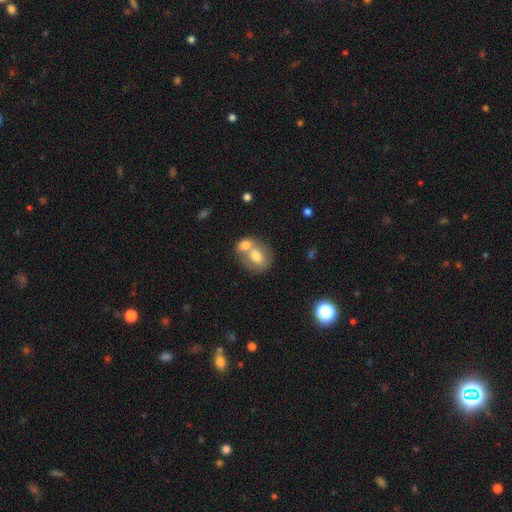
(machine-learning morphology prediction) A smooth galaxy with no disk features (63%) that is round (54%).

Vote fractions:
- Smooth or featured? smooth: 63% / featured or disk: 29% / star or artifact: 8%
- How rounded? round: 54% / in between: 45% / cigar-shaped: 1%
- Merging? merger: 59% / none: 29% / minor disturbance: 8% / major disturbance: 4%